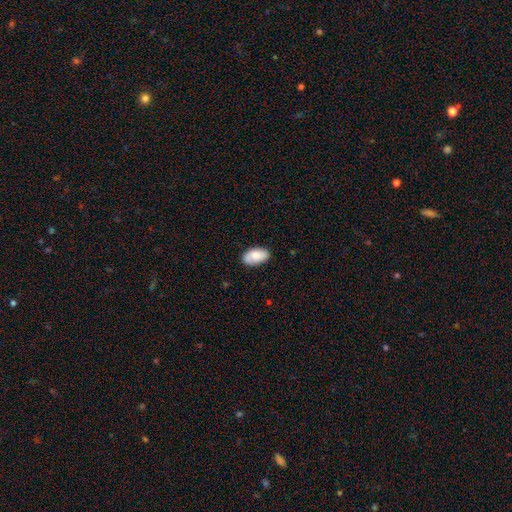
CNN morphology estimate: The model was most divided on "merging": none: 79%, minor disturbance: 16%, major disturbance: 3%, merger: 2%. More confident: how rounded — in between (94%); smooth or featured — smooth (79%).